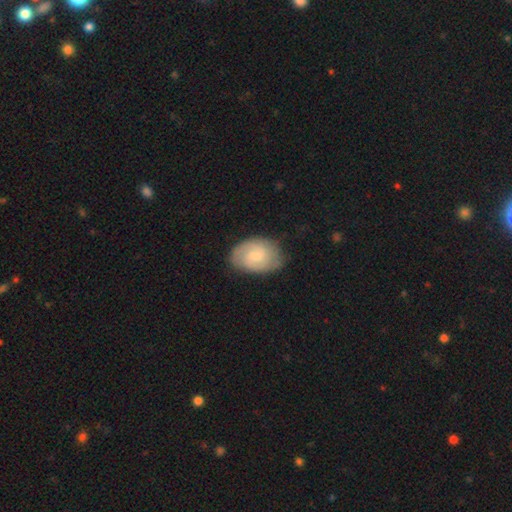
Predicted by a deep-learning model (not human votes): This is possibly a featured or disk galaxy (58%). It is clearly not viewed edge-on (97%). Bar: possibly weak (48%). Spiral arm pattern: clearly yes (91%). Spiral arm count: likely 2 (68%). Spiral winding: possibly tight (50%). Central bulge: possibly small (51%). Merging: likely none (77%).